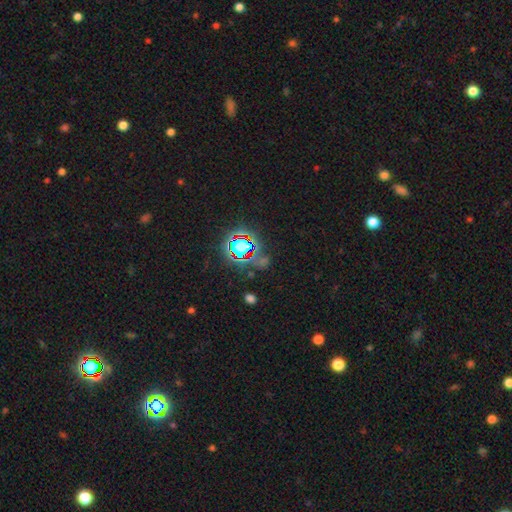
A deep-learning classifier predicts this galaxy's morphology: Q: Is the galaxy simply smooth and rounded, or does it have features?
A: star or artifact — 80%.